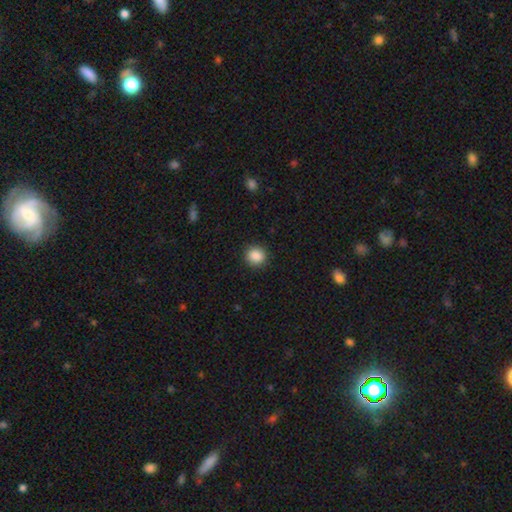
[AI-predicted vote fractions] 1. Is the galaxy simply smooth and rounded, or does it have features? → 88% smooth, 9% star or artifact, 3% featured or disk.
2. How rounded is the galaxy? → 86% round, 13% in between, 1% cigar-shaped.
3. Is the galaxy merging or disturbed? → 90% none, 7% minor disturbance, 2% major disturbance, 1% merger.